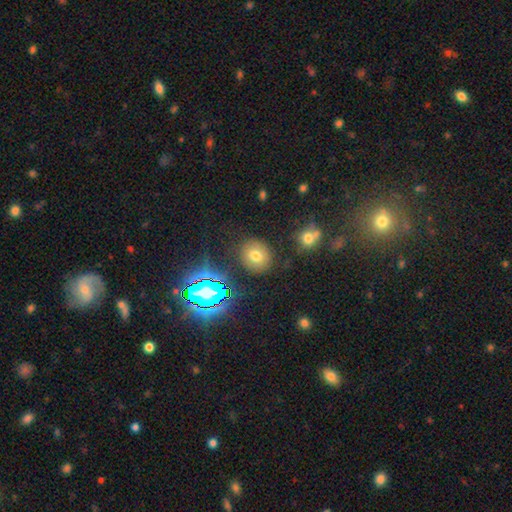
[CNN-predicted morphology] The model was most divided on "smooth or featured": smooth: 69%, star or artifact: 19%, featured or disk: 12%. More confident: merging — none (85%); how rounded — round (83%).